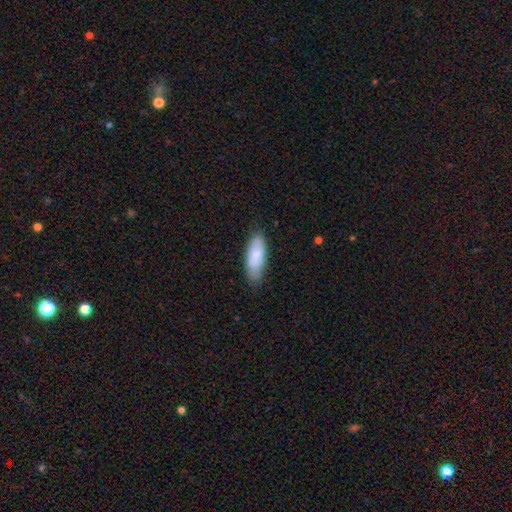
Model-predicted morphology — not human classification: A smooth galaxy with no disk features (84%) that is in between round and cigar-shaped (70%). Merging: none (79%).